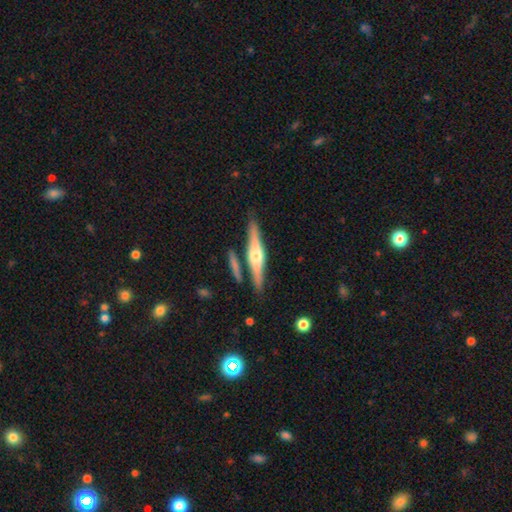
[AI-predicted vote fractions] Smooth or featured? featured or disk (71%)
Edge-on disk? yes (97%)
Edge-on bulge? rounded (89%)
Merging? none (82%)